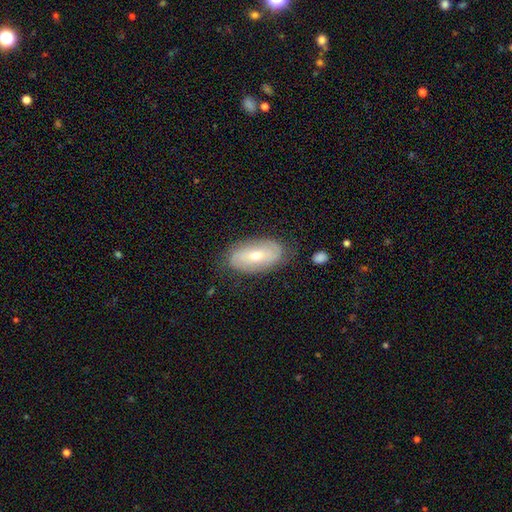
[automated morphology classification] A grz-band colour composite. It shows a featured or disk galaxy (54%). Merging: none (75%).